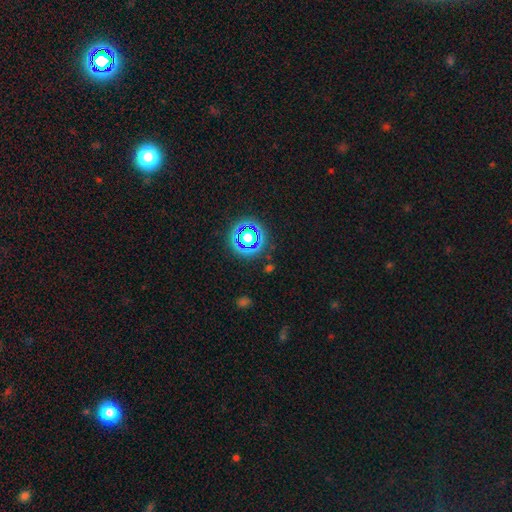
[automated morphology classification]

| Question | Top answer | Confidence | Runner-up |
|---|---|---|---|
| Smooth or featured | star or artifact | 70% | smooth (23%) |